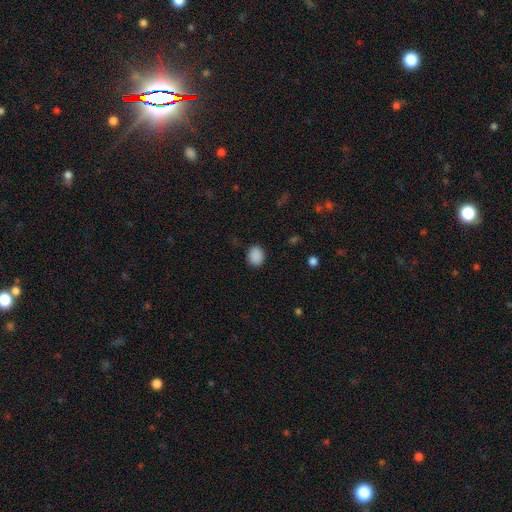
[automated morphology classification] Smooth or featured?
  - smooth: 89% *
  - star or artifact: 9%
  - featured or disk: 2%
How rounded?
  - round: 54% *
  - in between: 45%
  - cigar-shaped: 1%
Merging?
  - none: 87% *
  - minor disturbance: 9%
  - major disturbance: 3%
  - merger: 1%